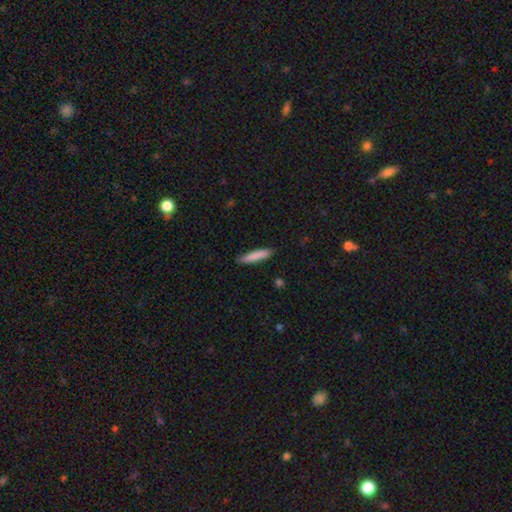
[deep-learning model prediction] The model was most divided on "smooth or featured": smooth: 84%, featured or disk: 10%, star or artifact: 6%. More confident: how rounded — cigar-shaped (88%); merging — none (88%).